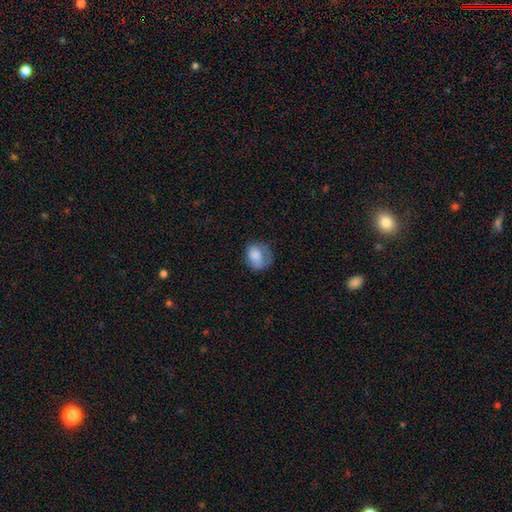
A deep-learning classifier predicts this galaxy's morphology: A smooth galaxy with no disk features (77%) that is round (57%).

Vote fractions:
- Smooth or featured? smooth: 77% / featured or disk: 15% / star or artifact: 8%
- How rounded? round: 57% / in between: 42% / cigar-shaped: 1%
- Merging? none: 48% / minor disturbance: 30% / major disturbance: 20% / merger: 2%